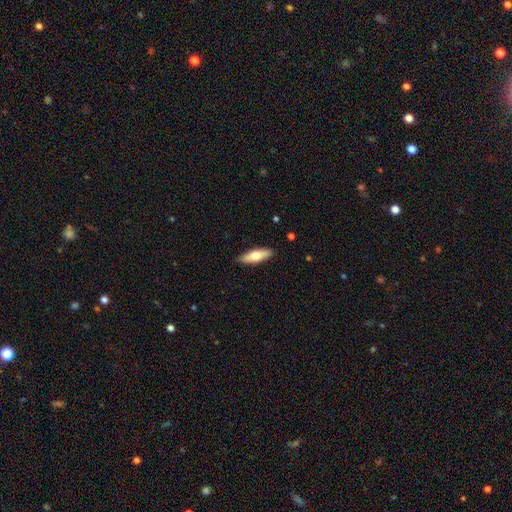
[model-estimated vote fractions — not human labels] Smooth or featured?
  - smooth: 61% *
  - featured or disk: 33%
  - star or artifact: 6%
How rounded?
  - in between: 51% *
  - cigar-shaped: 47%
  - round: 2%
Merging?
  - none: 89% *
  - minor disturbance: 8%
  - major disturbance: 2%
  - merger: 1%